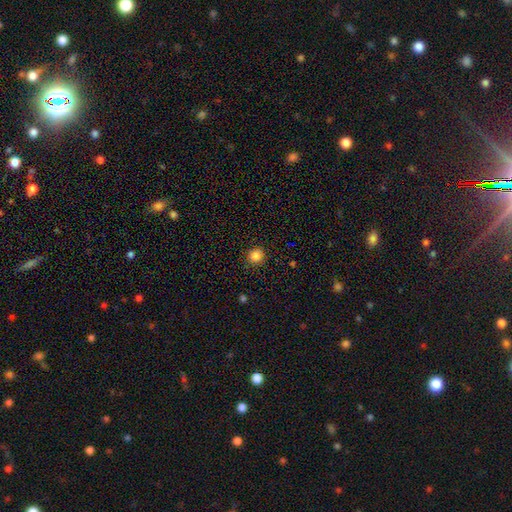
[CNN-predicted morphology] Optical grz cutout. It shows a smooth galaxy with no disk features (85%) that is round (93%). Merging: none (91%).